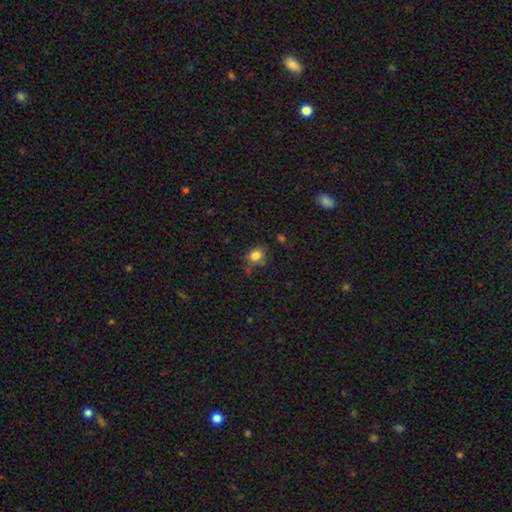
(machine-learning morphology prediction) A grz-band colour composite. It shows a smooth galaxy with no disk features (82%) that is round (70%). Merging: none (71%).